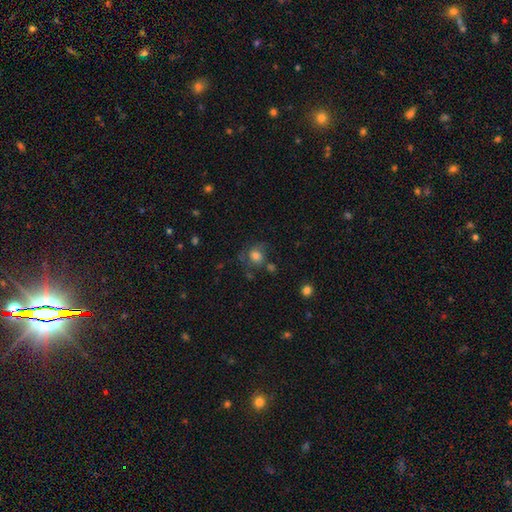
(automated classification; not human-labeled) Smooth or featured: smooth — 69% (featured or disk — 20%)
How rounded: round — 73% (in between — 26%)
Merging: none — 51% (minor disturbance — 23%)